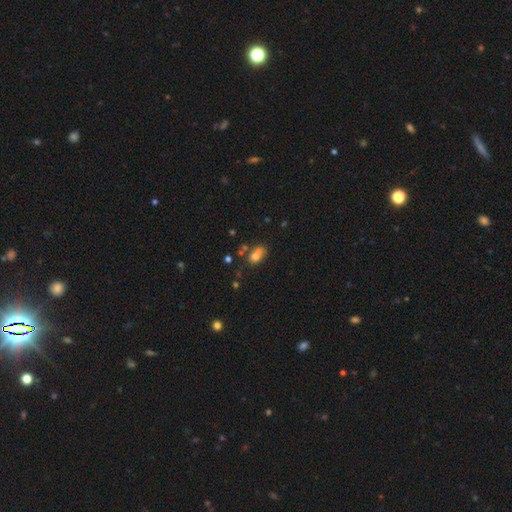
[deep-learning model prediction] This is likely a smooth galaxy (69%). How rounded: likely in between (66%). Merging: marginally none (38%).